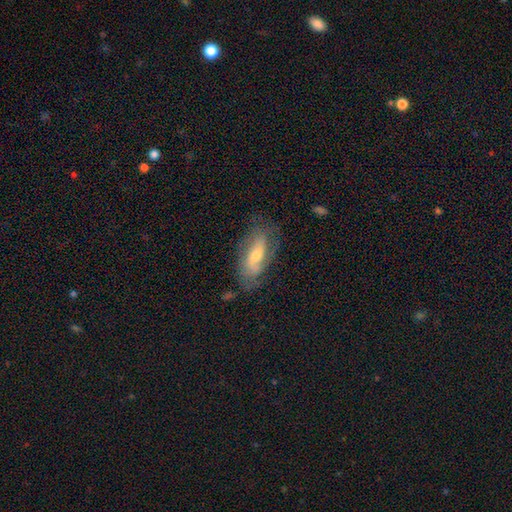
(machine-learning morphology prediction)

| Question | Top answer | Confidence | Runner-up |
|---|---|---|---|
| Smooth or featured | featured or disk | 61% | smooth (31%) |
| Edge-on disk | no | 85% | yes (15%) |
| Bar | no | 42% | weak (39%) |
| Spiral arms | yes | 80% | no (20%) |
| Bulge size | moderate | 52% | small (39%) |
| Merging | none | 68% | minor disturbance (22%) |